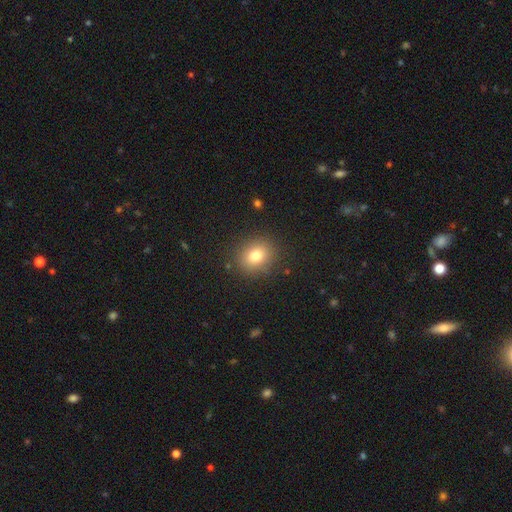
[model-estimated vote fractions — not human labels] A smooth galaxy with no disk features (78%) that is round (64%).

Vote fractions:
- Smooth or featured? smooth: 78% / star or artifact: 12% / featured or disk: 9%
- How rounded? round: 64% / in between: 35% / cigar-shaped: 1%
- Merging? none: 87% / minor disturbance: 8% / major disturbance: 3% / merger: 1%